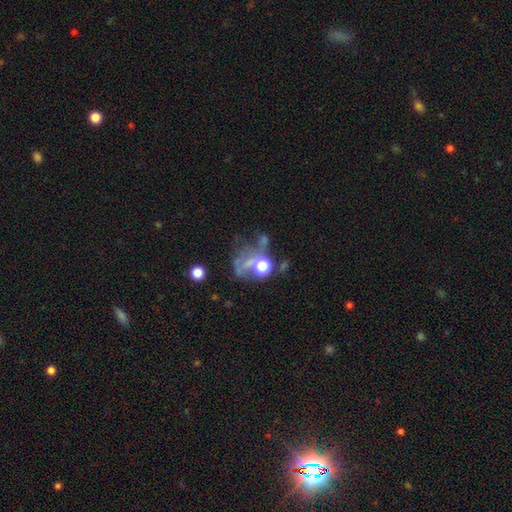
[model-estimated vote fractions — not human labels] Overall: featured or disk (36%; star or artifact 34%). Merging: major disturbance (32%; none 30%).